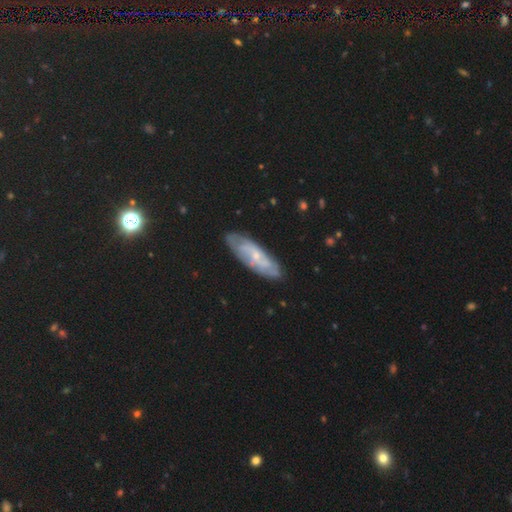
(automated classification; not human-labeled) A featured or disk galaxy (63%). Merging: none (81%).